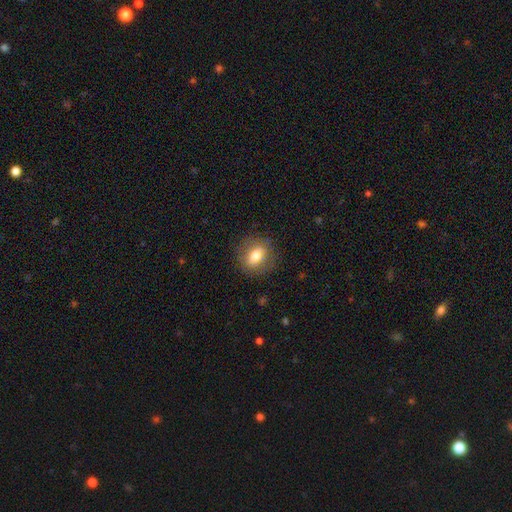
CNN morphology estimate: Overall: smooth (71%). How rounded: in between (54%; round 43%). Merging: none (84%).